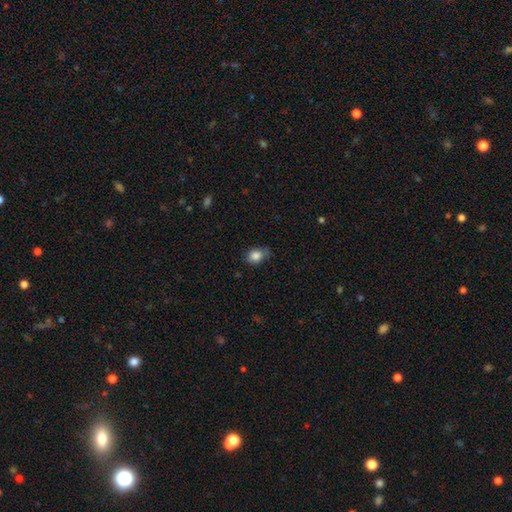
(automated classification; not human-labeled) smooth_or_featured: smooth (p=0.84) [alt: star or artifact p=0.09]
how_rounded: in between (p=0.58) [alt: round p=0.41]
merging: none (p=0.60) [alt: minor disturbance p=0.31]